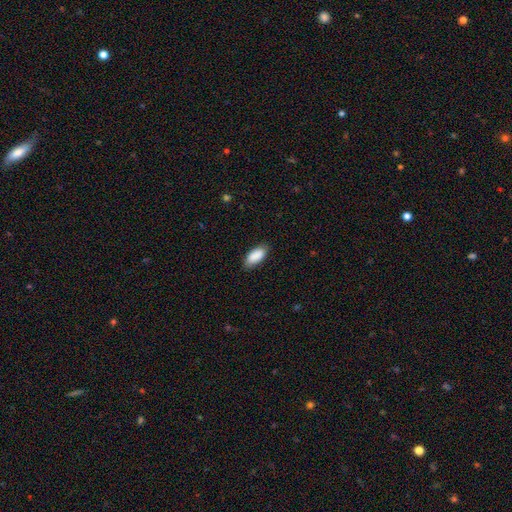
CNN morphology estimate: Q: Smooth or featured?
A: smooth (90%); runner-up: star or artifact (6%)
Q: How rounded?
A: in between (89%); runner-up: cigar-shaped (9%)
Q: Merging?
A: none (83%); runner-up: minor disturbance (14%)